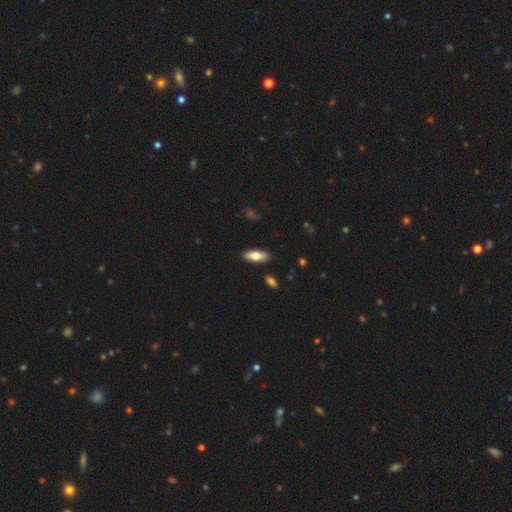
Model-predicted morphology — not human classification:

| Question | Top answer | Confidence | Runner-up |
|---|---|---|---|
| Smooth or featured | smooth | 71% | featured or disk (23%) |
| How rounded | in between | 74% | cigar-shaped (23%) |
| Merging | none | 88% | minor disturbance (9%) |